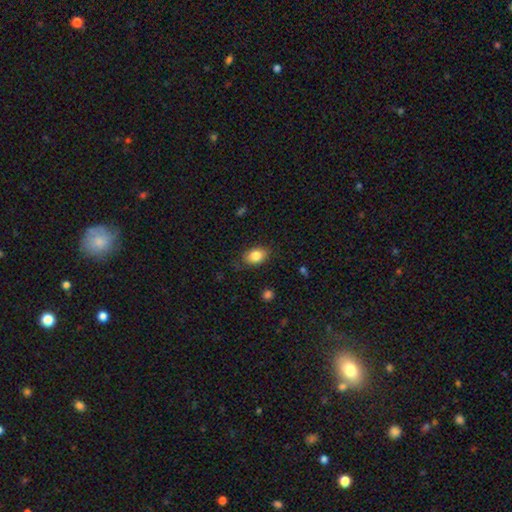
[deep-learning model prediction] Q: Smooth or featured?
A: smooth (84%); runner-up: featured or disk (8%)
Q: How rounded?
A: in between (82%); runner-up: round (17%)
Q: Merging?
A: none (81%); runner-up: minor disturbance (14%)